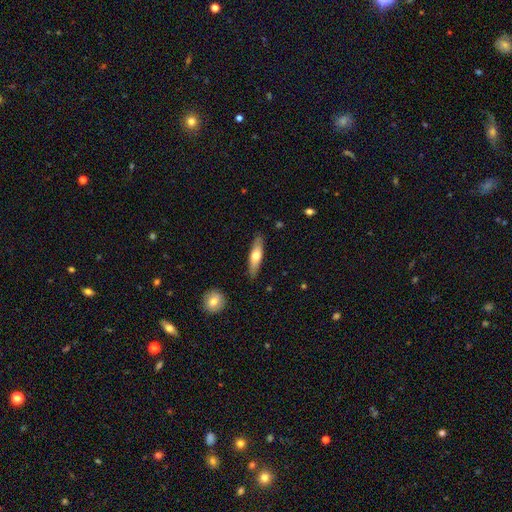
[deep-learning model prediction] A smooth galaxy with no disk features (57%) that is cigar-shaped (68%).

Vote fractions:
- Smooth or featured? smooth: 57% / featured or disk: 37% / star or artifact: 5%
- How rounded? cigar-shaped: 68% / in between: 30% / round: 2%
- Merging? none: 86% / minor disturbance: 10% / major disturbance: 2% / merger: 1%